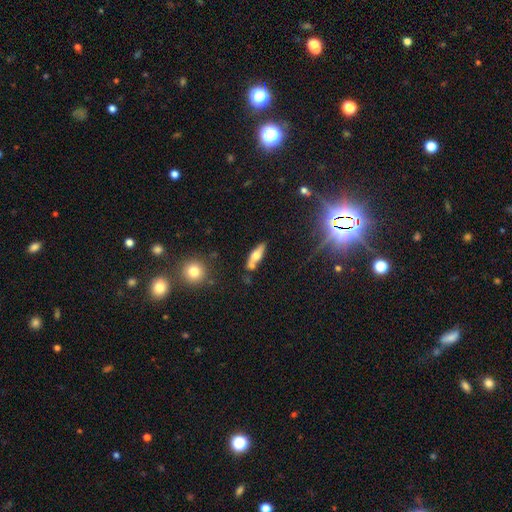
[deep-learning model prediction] A smooth galaxy with no disk features (54%) that is cigar-shaped (51%).

Vote fractions:
- Smooth or featured? smooth: 54% / featured or disk: 38% / star or artifact: 8%
- How rounded? cigar-shaped: 51% / in between: 45% / round: 4%
- Merging? none: 63% / minor disturbance: 17% / merger: 16% / major disturbance: 5%